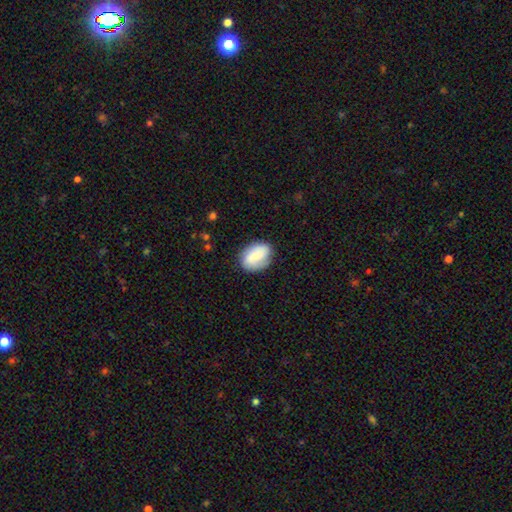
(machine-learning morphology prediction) Smooth or featured: smooth — 61% (featured or disk — 32%)
How rounded: in between — 75% (round — 24%)
Merging: none — 76% (minor disturbance — 17%)